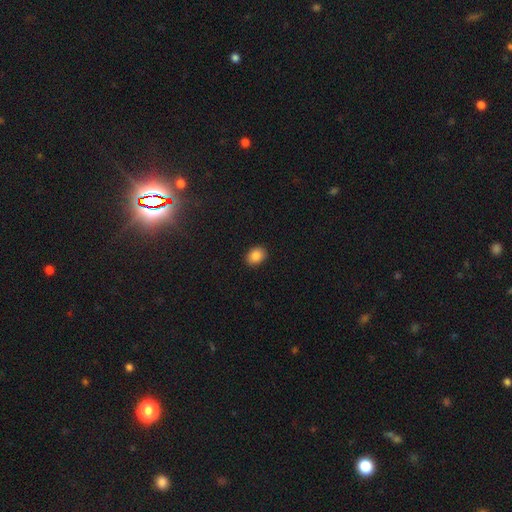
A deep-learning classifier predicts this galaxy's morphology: This appears to be a smooth galaxy with no disk features (87%) that is in between round and cigar-shaped (70%). Merging: none (89%).